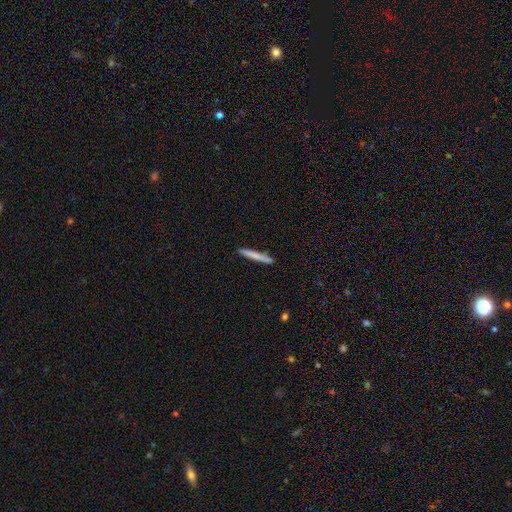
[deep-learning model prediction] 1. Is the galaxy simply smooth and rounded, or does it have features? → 73% smooth, 21% featured or disk, 6% star or artifact.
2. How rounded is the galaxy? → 96% cigar-shaped, 3% in between, 1% round.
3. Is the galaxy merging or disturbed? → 88% none, 8% minor disturbance, 2% merger, 2% major disturbance.